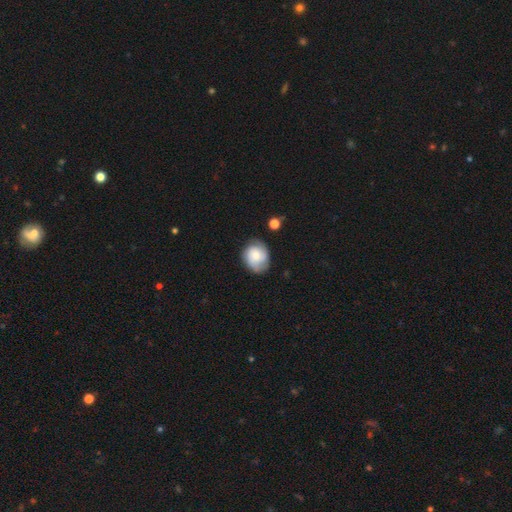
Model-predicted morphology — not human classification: A smooth galaxy with no disk features (50%) that is round (63%).

Vote fractions:
- Smooth or featured? smooth: 50% / featured or disk: 42% / star or artifact: 8%
- How rounded? round: 63% / in between: 36% / cigar-shaped: 1%
- Merging? none: 71% / minor disturbance: 21% / major disturbance: 6% / merger: 2%